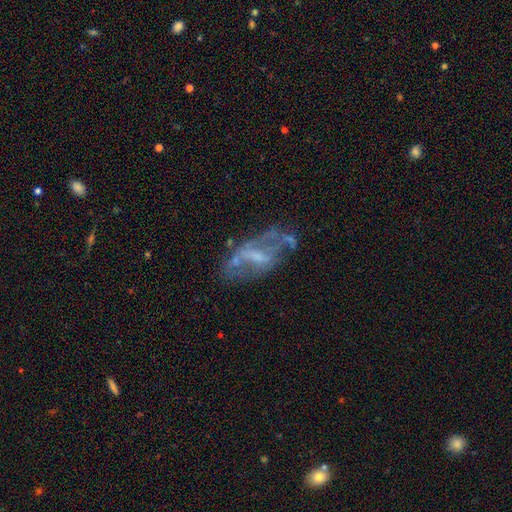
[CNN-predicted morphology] Smooth or featured: featured or disk — 65% (smooth — 21%)
Edge-on disk: no — 90% (yes — 10%)
Bar: no — 44% (weak — 39%)
Spiral arms: no — 59% (yes — 41%)
Bulge size: small — 45% (moderate — 27%)
Merging: none — 49% (major disturbance — 22%)